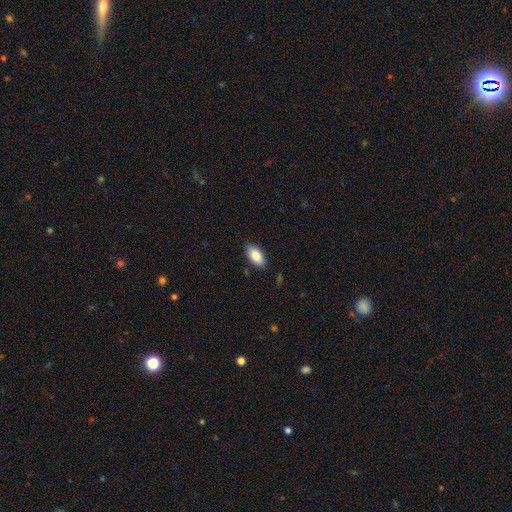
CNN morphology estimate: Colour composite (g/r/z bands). It shows a smooth galaxy with no disk features (85%) that is in between round and cigar-shaped (94%). Merging: none (85%).